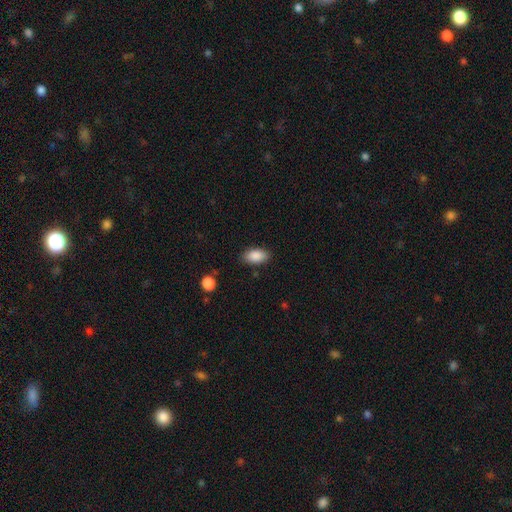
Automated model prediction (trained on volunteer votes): This is clearly a smooth galaxy (88%). How rounded: clearly in between (92%). Merging: clearly none (85%).